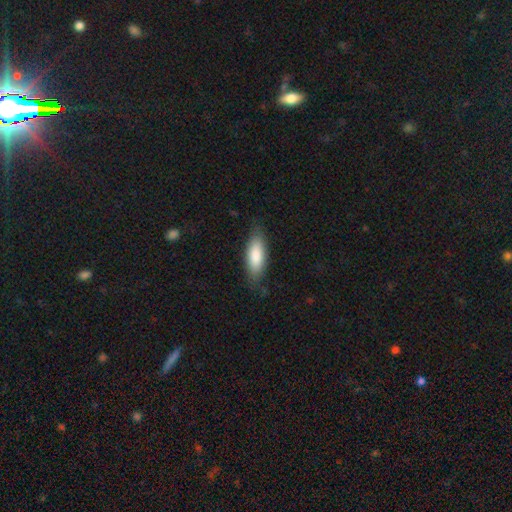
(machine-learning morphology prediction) This is clearly a smooth galaxy (84%). How rounded: likely in between (71%). Merging: likely none (79%).